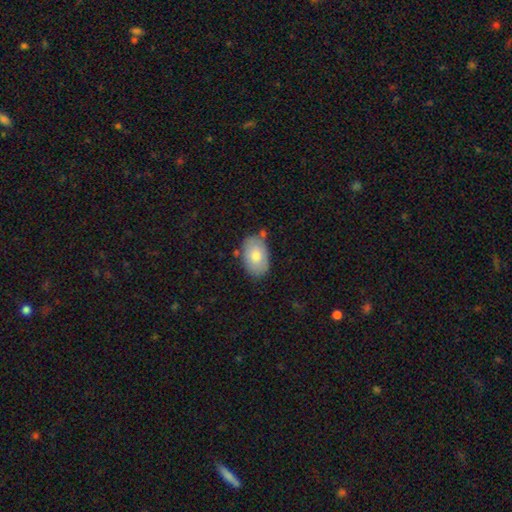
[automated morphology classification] This is likely a smooth galaxy (74%). How rounded: clearly in between (88%). Merging: likely none (75%).